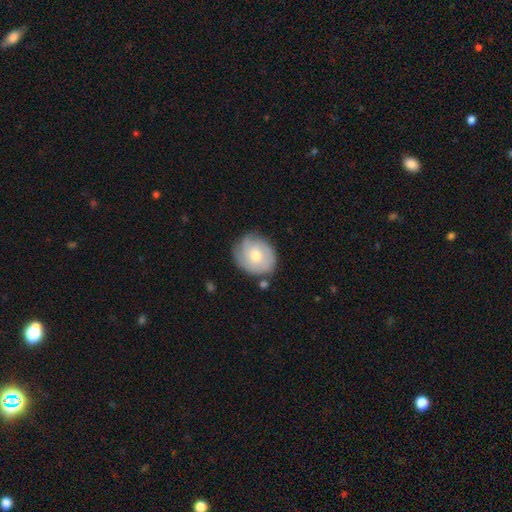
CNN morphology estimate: Overall: featured or disk (51%; smooth 41%). Edge-on disk: no (96%). Merging: none (71%).